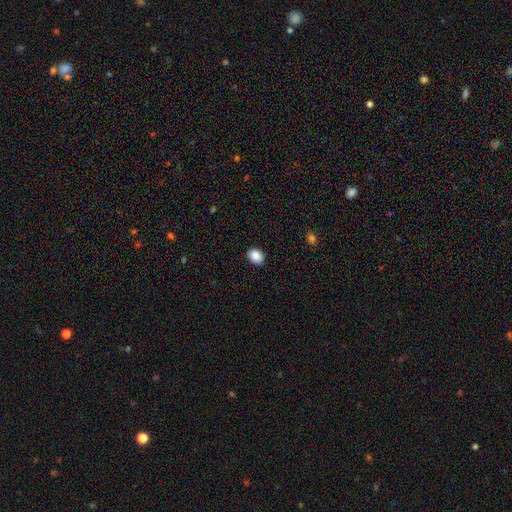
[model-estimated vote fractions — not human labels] smooth-or-featured: smooth: 89% | star or artifact: 8% | featured or disk: 4%
  how-rounded: in between: 70% | round: 29% | cigar-shaped: 1%
  merging: none: 89% | minor disturbance: 8% | major disturbance: 2% | merger: 1%